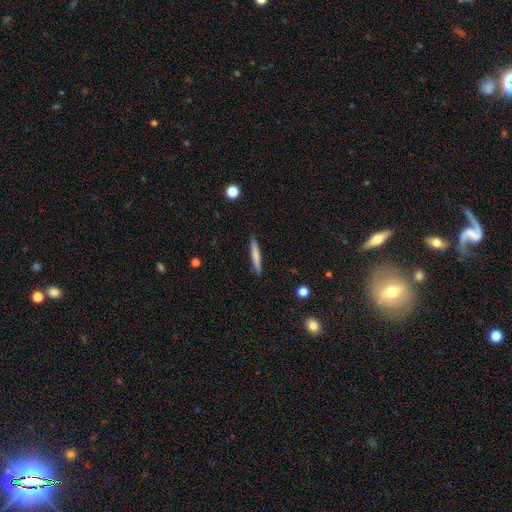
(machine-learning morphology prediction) Smooth or featured: smooth — 70% (featured or disk — 24%)
How rounded: cigar-shaped — 95% (in between — 4%)
Merging: none — 90% (minor disturbance — 7%)